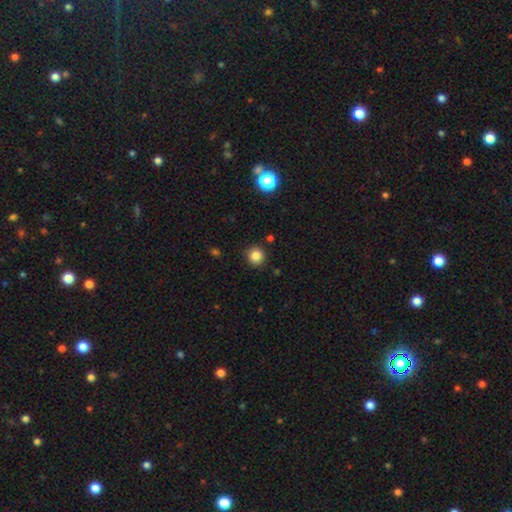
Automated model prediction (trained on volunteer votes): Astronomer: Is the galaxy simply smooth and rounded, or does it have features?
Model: smooth — 84%.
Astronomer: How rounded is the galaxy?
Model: round — 93%.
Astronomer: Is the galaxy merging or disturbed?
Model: none — 90%.